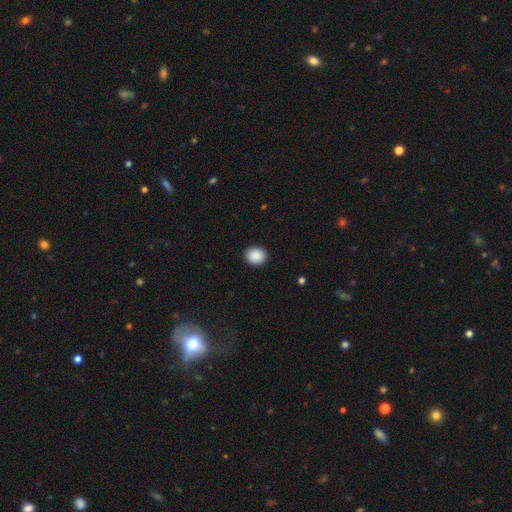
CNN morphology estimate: smooth 89%, star or artifact 8%, featured or disk 3%. Down the decision tree: how rounded — round (66%); merging — none (92%).